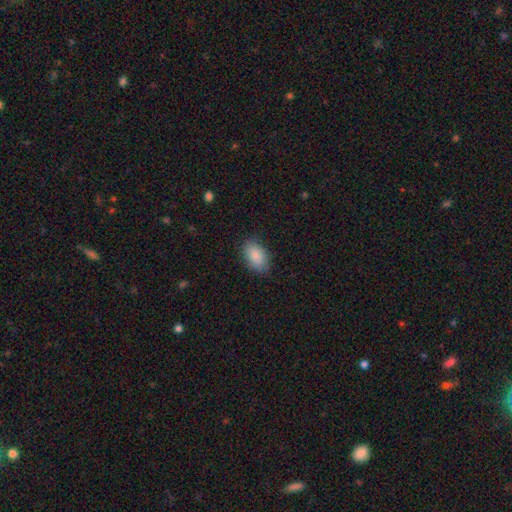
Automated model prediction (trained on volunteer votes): smooth-or-featured: smooth: 88% | star or artifact: 7% | featured or disk: 5%
  how-rounded: in between: 91% | round: 8% | cigar-shaped: 2%
  merging: none: 83% | minor disturbance: 13% | major disturbance: 3% | merger: 1%